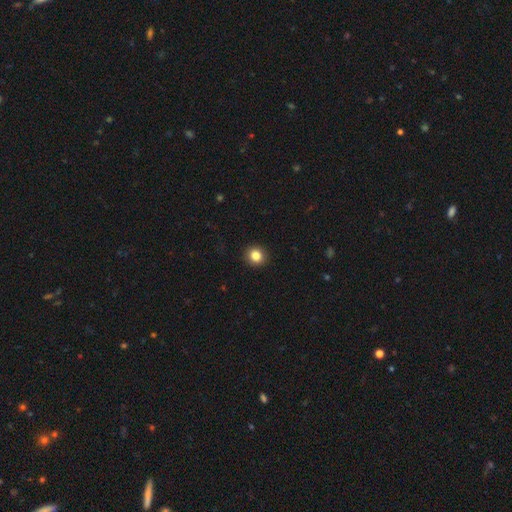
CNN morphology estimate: Smooth or featured: smooth — 84% (star or artifact — 11%)
How rounded: round — 89% (in between — 10%)
Merging: none — 93% (minor disturbance — 5%)